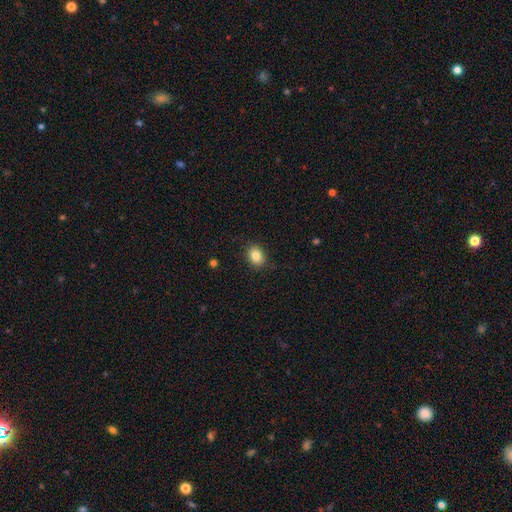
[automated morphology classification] smooth-or-featured: smooth: 84% | star or artifact: 9% | featured or disk: 7%
  how-rounded: in between: 57% | round: 42% | cigar-shaped: 1%
  merging: none: 88% | minor disturbance: 9% | major disturbance: 2% | merger: 1%